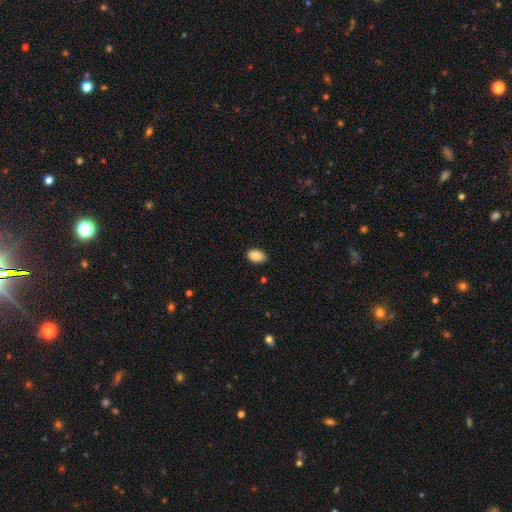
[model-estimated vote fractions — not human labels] Smooth or featured? Predicted: smooth (p=0.86). How rounded? Predicted: in between (p=0.89). Merging? Predicted: none (p=0.83).